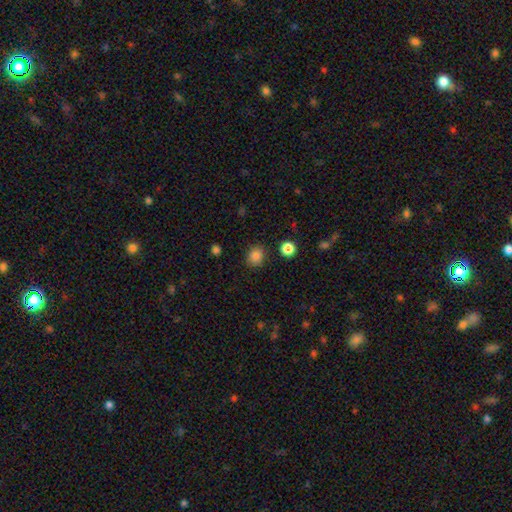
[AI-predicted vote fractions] Smooth or featured: smooth — 85% (star or artifact — 12%)
How rounded: round — 72% (in between — 27%)
Merging: none — 86% (minor disturbance — 9%)